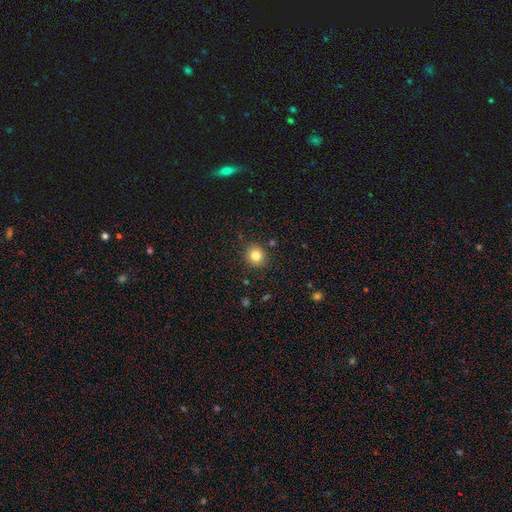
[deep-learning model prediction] The model was most divided on "smooth or featured": smooth: 81%, star or artifact: 12%, featured or disk: 7%. More confident: how rounded — round (90%); merging — none (89%).